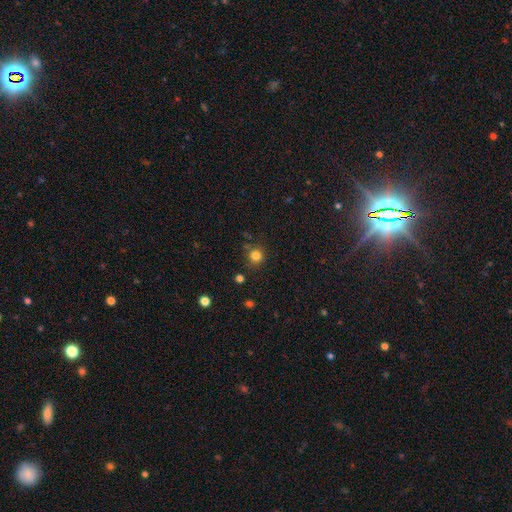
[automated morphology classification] smooth_or_featured: smooth (p=0.81) [alt: star or artifact p=0.14]
how_rounded: round (p=0.92) [alt: in between p=0.08]
merging: none (p=0.82) [alt: minor disturbance p=0.11]